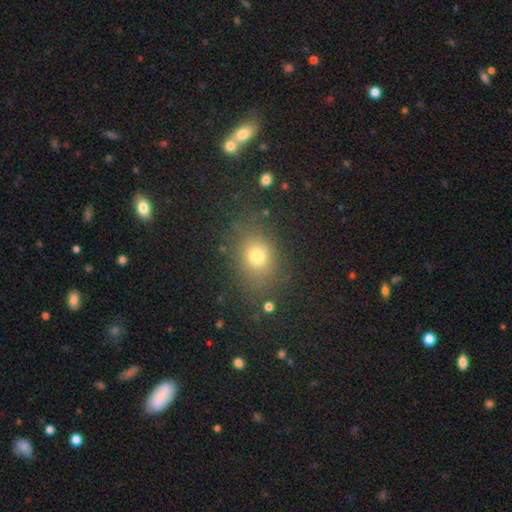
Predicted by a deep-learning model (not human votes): Smooth or featured: smooth — 75% (star or artifact — 16%)
How rounded: in between — 54% (round — 44%)
Merging: none — 81% (minor disturbance — 12%)